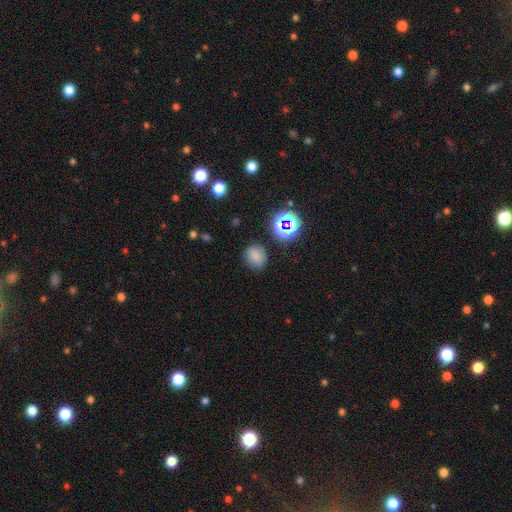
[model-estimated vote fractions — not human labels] smooth-or-featured: smooth: 74% | star or artifact: 18% | featured or disk: 7%
  how-rounded: round: 61% | in between: 38% | cigar-shaped: 1%
  merging: none: 80% | minor disturbance: 13% | major disturbance: 4% | merger: 3%